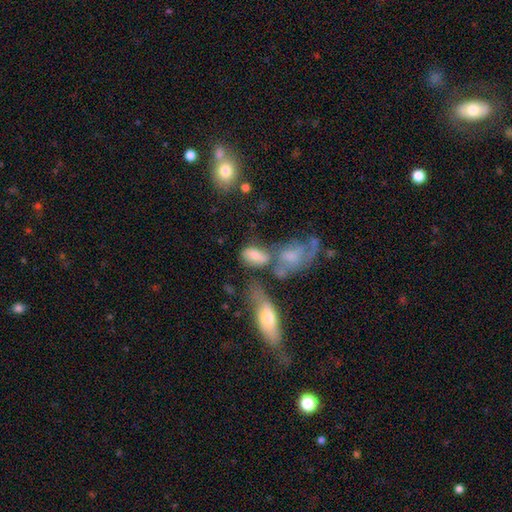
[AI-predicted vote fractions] Smooth or featured: smooth — 68% (featured or disk — 22%)
How rounded: in between — 88% (round — 7%)
Merging: merger — 37% (none — 33%)